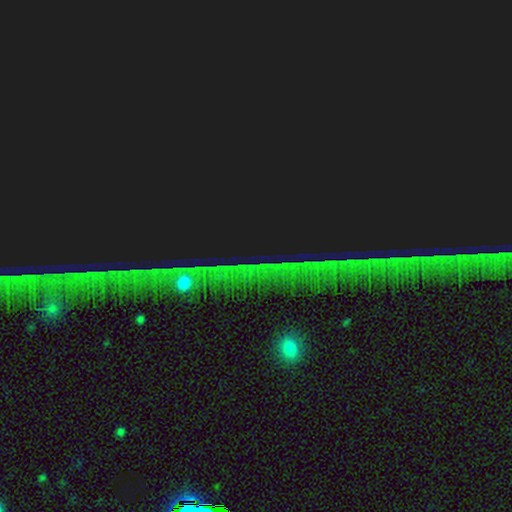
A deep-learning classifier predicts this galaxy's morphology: A star or artifact, not a galaxy (83%).

Vote fractions:
- Smooth or featured? star or artifact: 83% / featured or disk: 9% / smooth: 7%